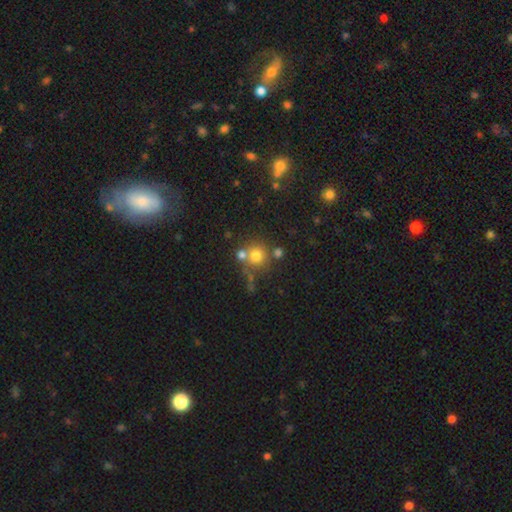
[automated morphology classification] Smooth or featured? Predicted: smooth (p=0.72). How rounded? Predicted: round (p=0.91). Merging? Predicted: none (p=0.59).